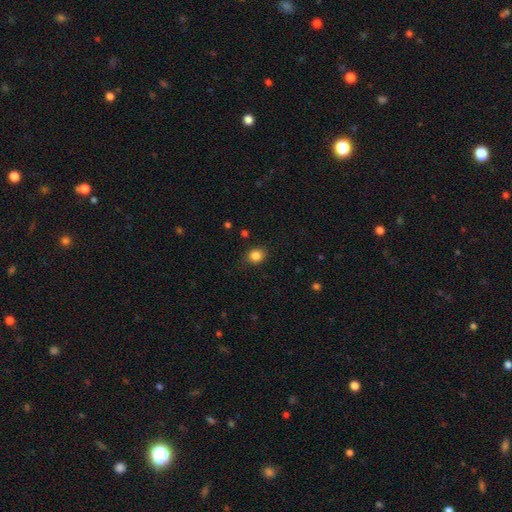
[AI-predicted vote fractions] Smooth or featured? smooth (84%)
How rounded? round (64%)
Merging? none (85%)